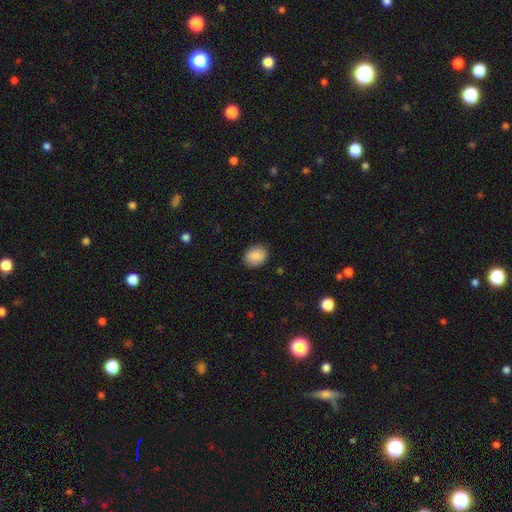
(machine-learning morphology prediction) Smooth or featured? Predicted: smooth (p=0.87). How rounded? Predicted: in between (p=0.54). Merging? Predicted: none (p=0.87).